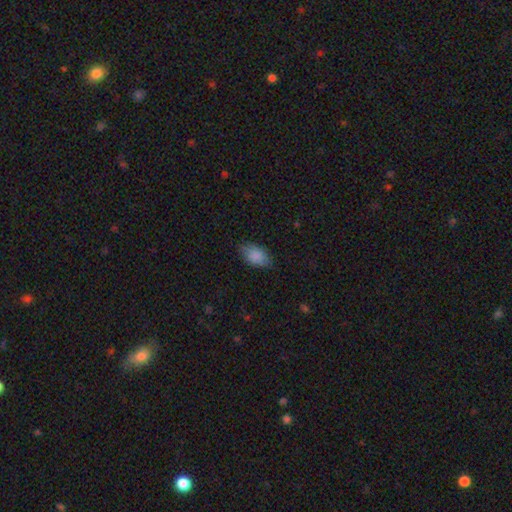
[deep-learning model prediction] The model was most divided on "merging": none: 79%, minor disturbance: 17%, major disturbance: 4%, merger: 1%. More confident: how rounded — in between (92%); smooth or featured — smooth (87%).